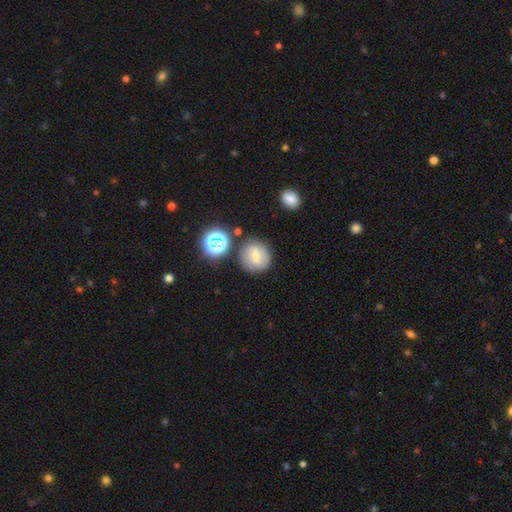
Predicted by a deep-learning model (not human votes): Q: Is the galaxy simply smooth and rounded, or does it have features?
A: smooth — 50%.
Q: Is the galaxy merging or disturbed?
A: none — 80%.